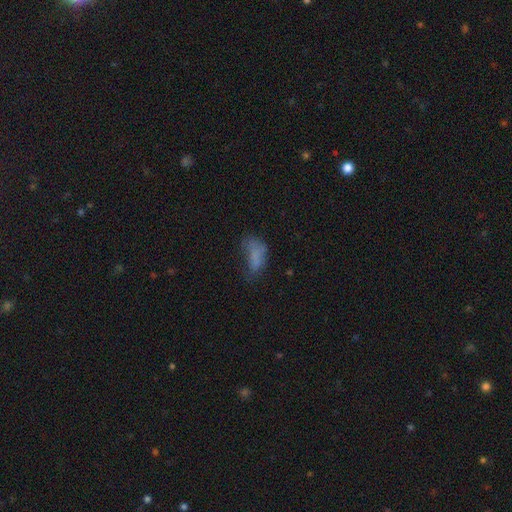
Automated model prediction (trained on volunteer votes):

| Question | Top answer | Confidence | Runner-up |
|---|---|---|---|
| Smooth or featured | smooth | 65% | featured or disk (20%) |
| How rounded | in between | 88% | cigar-shaped (7%) |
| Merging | major disturbance | 37% | none (31%) |